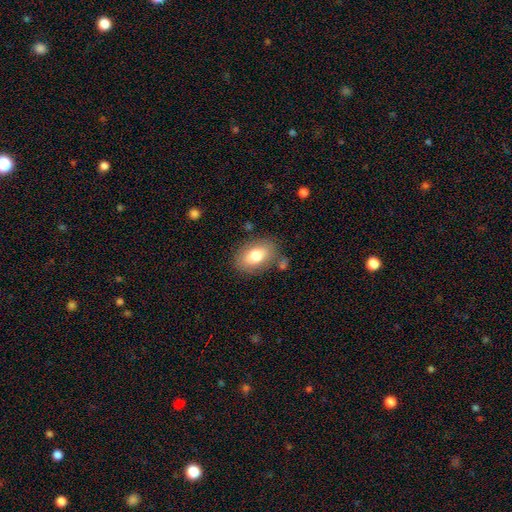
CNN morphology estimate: Smooth or featured? Predicted: smooth (p=0.75). How rounded? Predicted: in between (p=0.85). Merging? Predicted: none (p=0.77).